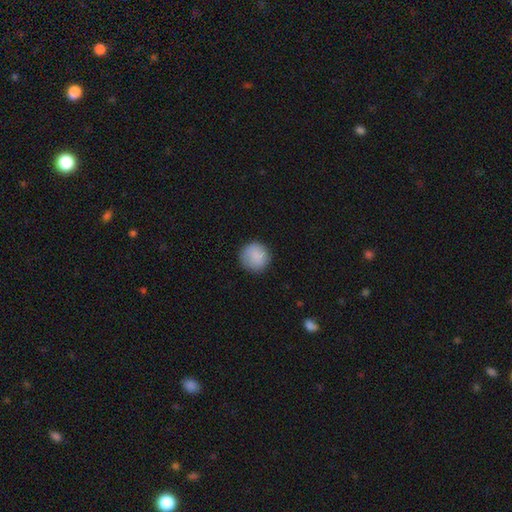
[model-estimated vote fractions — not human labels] smooth 88%, star or artifact 7%, featured or disk 5%. Down the decision tree: how rounded — round (94%); merging — none (86%).